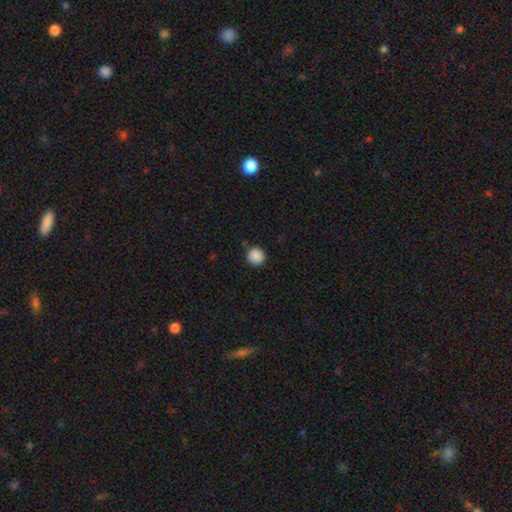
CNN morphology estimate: Smooth or featured?
  - smooth: 89% *
  - star or artifact: 9%
  - featured or disk: 2%
How rounded?
  - round: 94% *
  - in between: 5%
  - cigar-shaped: 1%
Merging?
  - none: 89% *
  - minor disturbance: 7%
  - major disturbance: 2%
  - merger: 2%